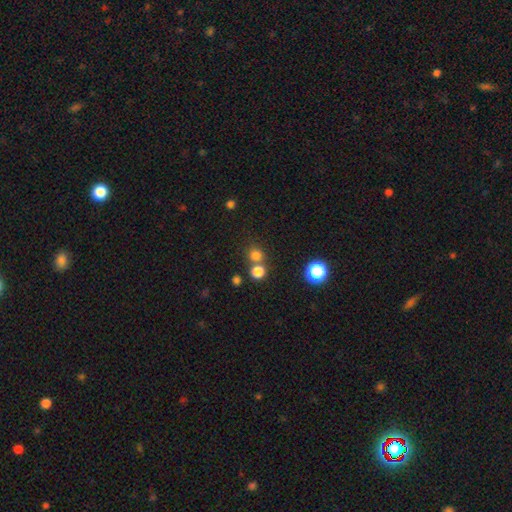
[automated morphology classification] Smooth or featured: smooth — 76% (star or artifact — 18%)
How rounded: round — 89% (in between — 10%)
Merging: none — 65% (merger — 25%)